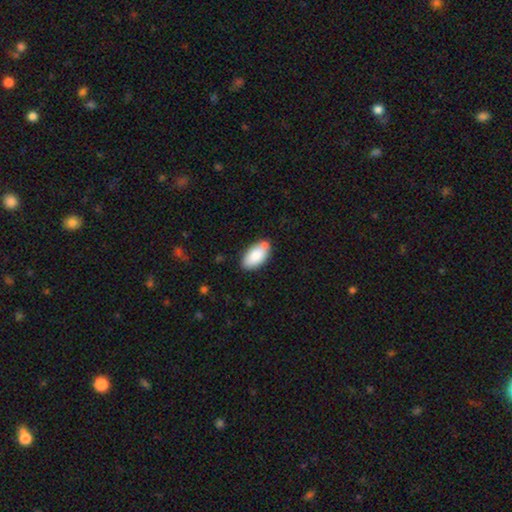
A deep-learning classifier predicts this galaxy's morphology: This is clearly a smooth galaxy (83%). How rounded: clearly in between (95%). Merging: likely none (70%).